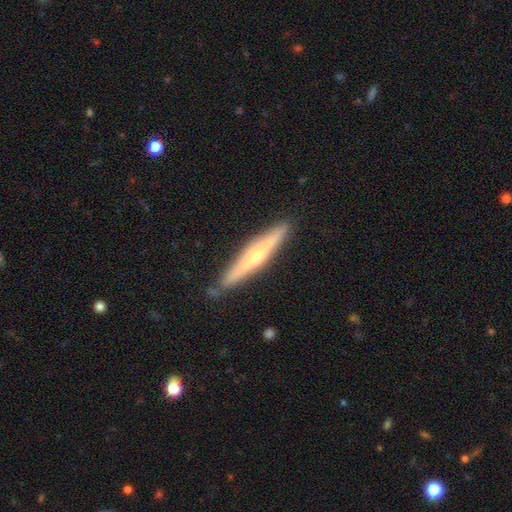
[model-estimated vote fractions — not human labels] Morphology: type=featured or disk (60%); edge-on=yes (95%); edge-on bulge=rounded (68%); merging=none (86%).